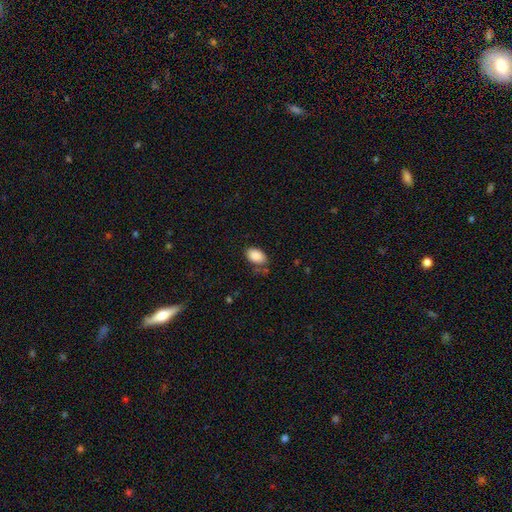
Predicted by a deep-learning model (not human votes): Smooth or featured? Predicted: smooth (p=0.89). How rounded? Predicted: in between (p=0.90). Merging? Predicted: none (p=0.72).